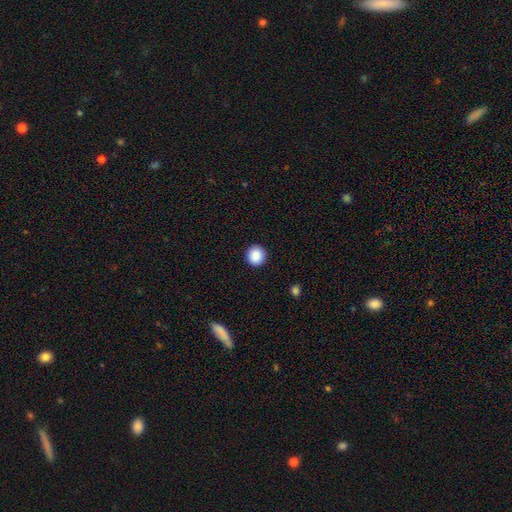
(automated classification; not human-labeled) Smooth or featured: smooth — 89% (star or artifact — 9%)
How rounded: round — 94% (in between — 5%)
Merging: none — 92% (minor disturbance — 5%)